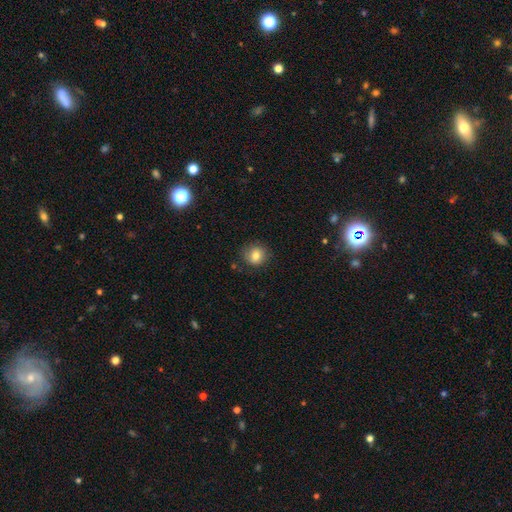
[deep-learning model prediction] The model was most divided on "how rounded": round: 84%, in between: 15%, cigar-shaped: 1%. More confident: merging — none (82%); smooth or featured — smooth (79%).